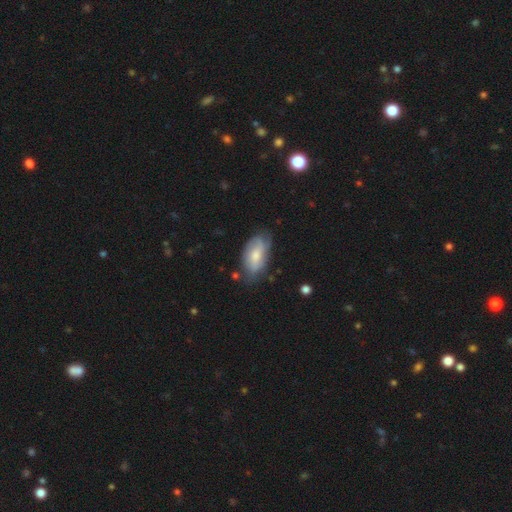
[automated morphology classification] The model was most divided on "smooth or featured": smooth: 52%, featured or disk: 42%, star or artifact: 6%. More confident: how rounded — in between (92%); merging — none (63%).